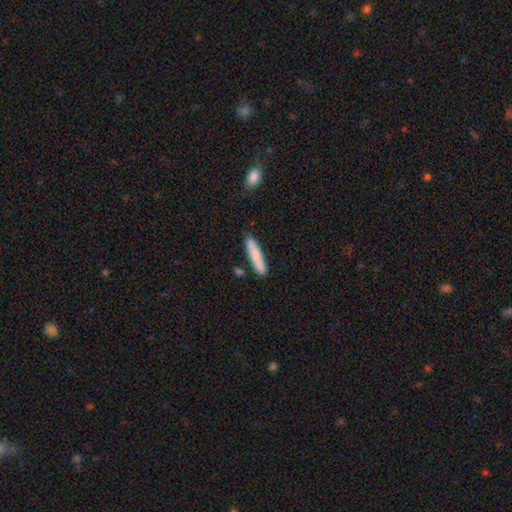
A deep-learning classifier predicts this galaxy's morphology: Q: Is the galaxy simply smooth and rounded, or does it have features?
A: smooth — 79%.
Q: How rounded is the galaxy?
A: cigar-shaped — 88%.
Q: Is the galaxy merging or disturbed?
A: none — 84%.